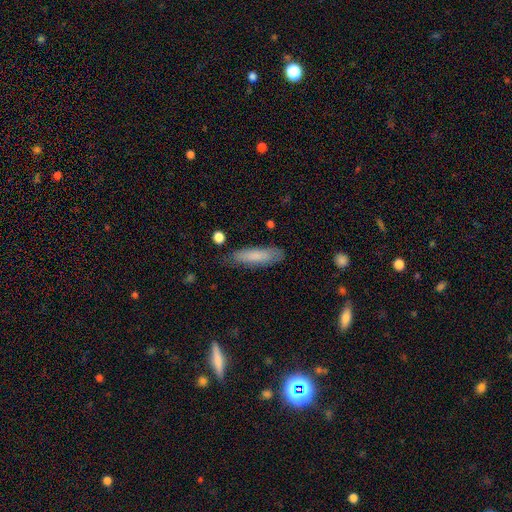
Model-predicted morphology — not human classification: Overall: smooth (78%). How rounded: cigar-shaped (69%; in between 30%). Merging: none (75%).